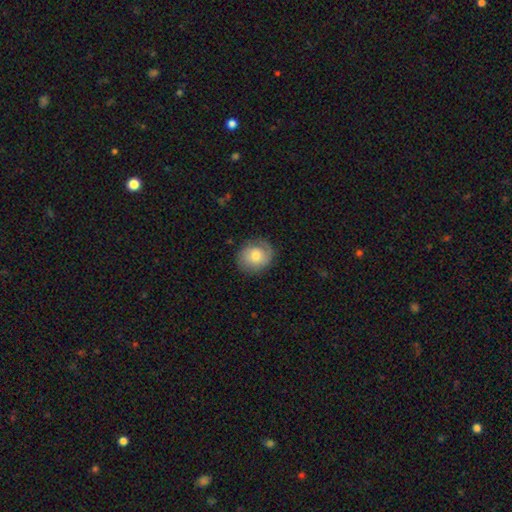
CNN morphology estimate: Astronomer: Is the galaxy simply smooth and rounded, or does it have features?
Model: smooth — 62%.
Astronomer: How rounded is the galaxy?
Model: round — 68%.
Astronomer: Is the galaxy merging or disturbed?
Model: none — 77%.